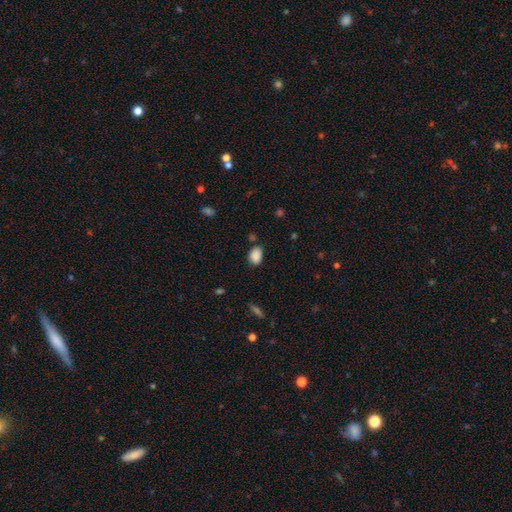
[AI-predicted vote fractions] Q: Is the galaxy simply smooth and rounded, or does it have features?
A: smooth — 88%.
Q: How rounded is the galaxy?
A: in between — 84%.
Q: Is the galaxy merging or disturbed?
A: none — 77%.